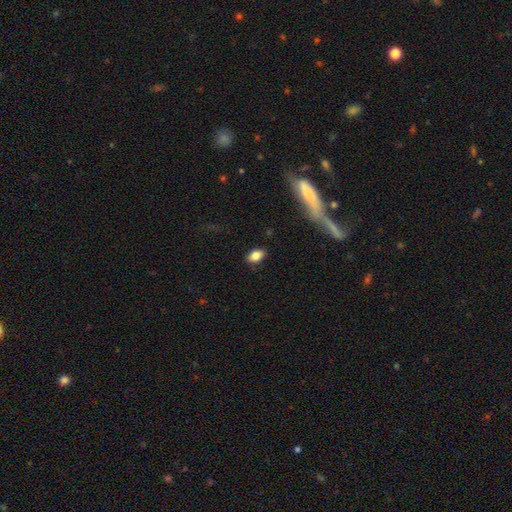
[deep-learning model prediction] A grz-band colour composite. It shows a smooth galaxy with no disk features (82%) that is in between round and cigar-shaped (87%). Merging: none (87%).